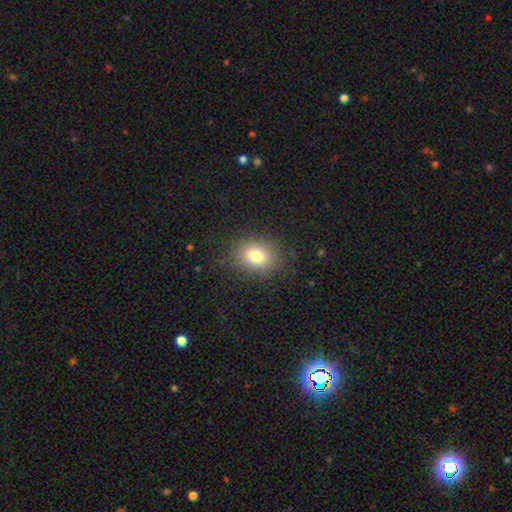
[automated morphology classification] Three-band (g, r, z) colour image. It shows a smooth galaxy with no disk features (79%) that is round (50%). Merging: none (86%).